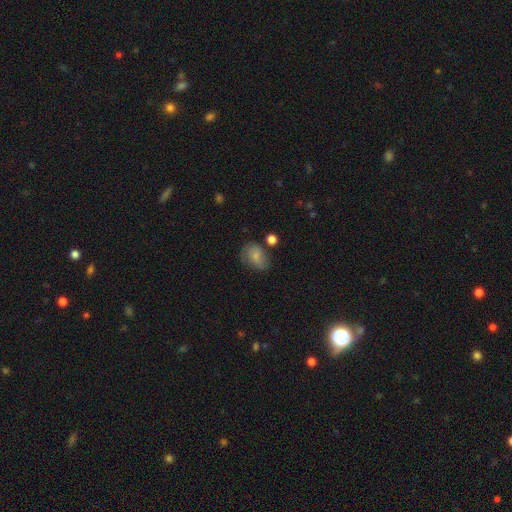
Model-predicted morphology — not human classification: This appears to be a smooth galaxy with no disk features (68%) that is in between round and cigar-shaped (68%). Merging: none (52%).